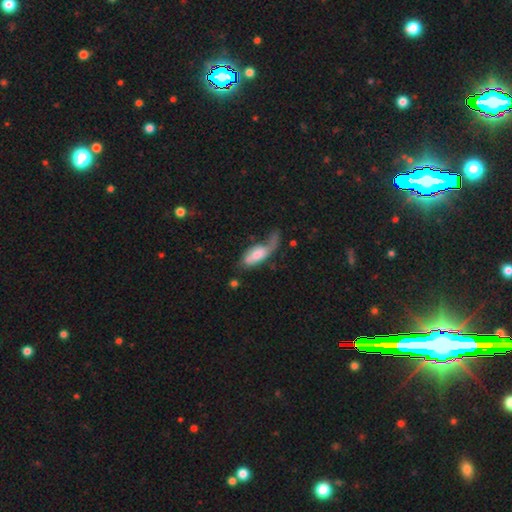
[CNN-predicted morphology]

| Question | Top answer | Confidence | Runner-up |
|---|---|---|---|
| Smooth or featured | smooth | 57% | featured or disk (37%) |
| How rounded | in between | 78% | cigar-shaped (19%) |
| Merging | major disturbance | 38% | minor disturbance (27%) |